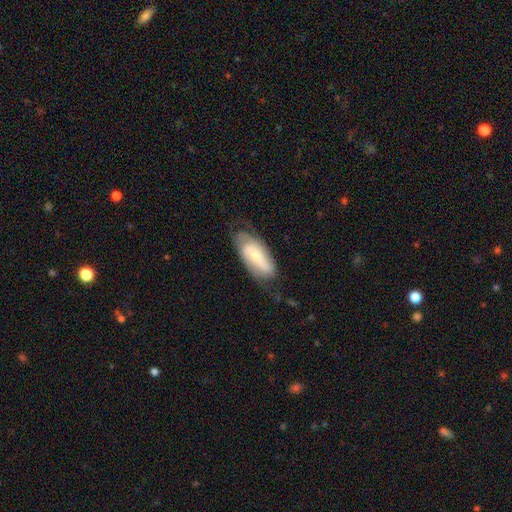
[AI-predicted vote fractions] Smooth or featured? featured or disk (62%)
Edge-on disk? no (91%)
Bar? weak (38%)
Spiral arms? yes (87%)
Bulge size? small (60%)
Merging? none (61%)